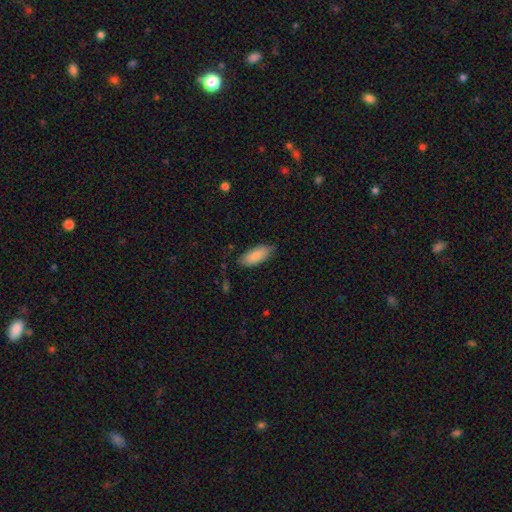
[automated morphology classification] The model was most divided on "merging": none: 75%, minor disturbance: 20%, major disturbance: 4%, merger: 1%. More confident: how rounded — in between (86%); smooth or featured — smooth (83%).